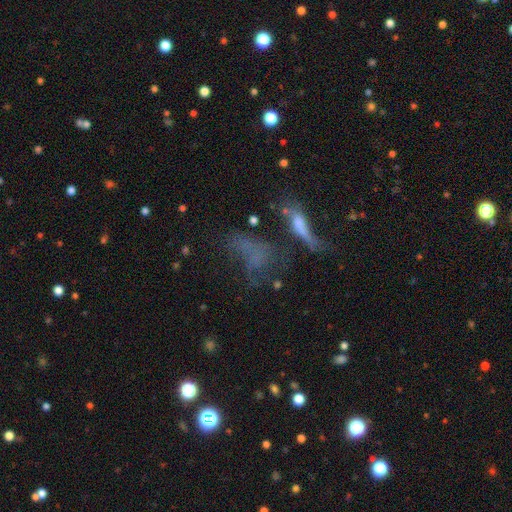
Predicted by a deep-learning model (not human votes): Q: Smooth or featured?
A: smooth (36%); runner-up: featured or disk (35%)
Q: Merging?
A: major disturbance (35%); runner-up: none (30%)